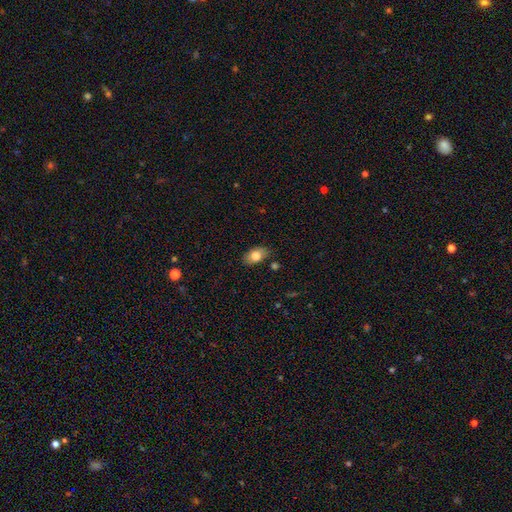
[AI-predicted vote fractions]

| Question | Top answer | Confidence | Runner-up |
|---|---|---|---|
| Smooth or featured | smooth | 80% | featured or disk (13%) |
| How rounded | in between | 89% | round (9%) |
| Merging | none | 80% | minor disturbance (15%) |